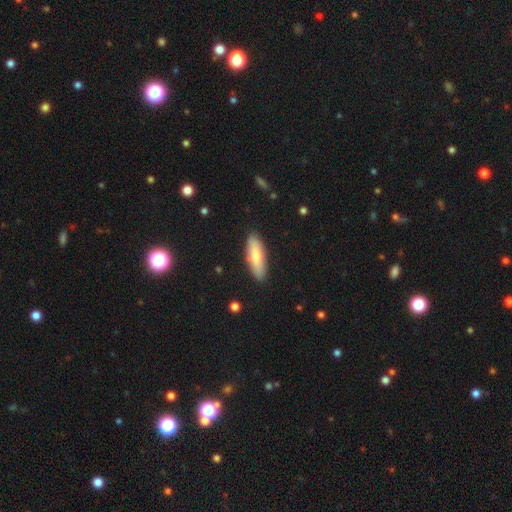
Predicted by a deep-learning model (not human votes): Overall: smooth (74%). How rounded: in between (52%; cigar-shaped 47%). Merging: none (87%).